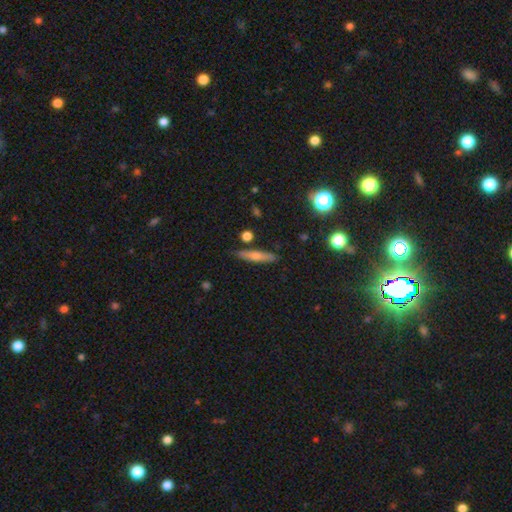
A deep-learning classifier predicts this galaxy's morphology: smooth-or-featured: smooth: 54% | featured or disk: 37% | star or artifact: 9%
  how-rounded: cigar-shaped: 83% | in between: 14% | round: 3%
  merging: none: 84% | minor disturbance: 11% | merger: 3% | major disturbance: 2%